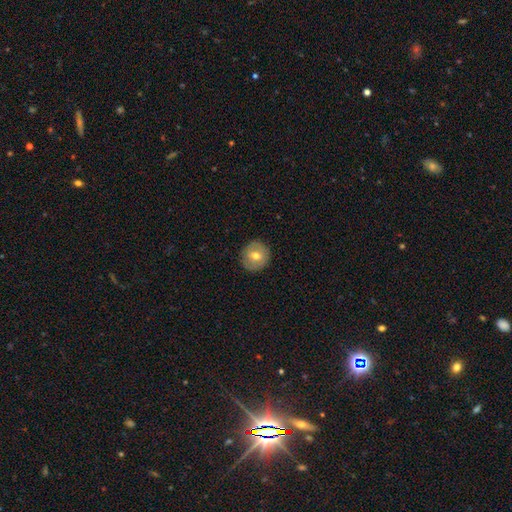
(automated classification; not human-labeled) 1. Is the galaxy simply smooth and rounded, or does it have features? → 62% smooth, 31% featured or disk, 8% star or artifact.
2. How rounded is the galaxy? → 91% round, 8% in between, 1% cigar-shaped.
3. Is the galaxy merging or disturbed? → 88% none, 9% minor disturbance, 2% major disturbance, 1% merger.